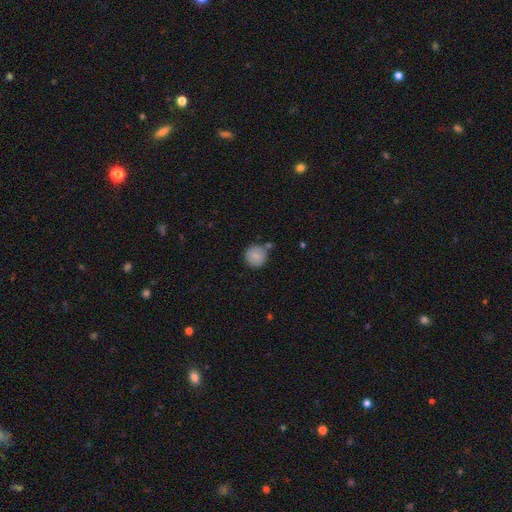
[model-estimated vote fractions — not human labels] Q: Smooth or featured?
A: smooth (84%); runner-up: featured or disk (9%)
Q: How rounded?
A: round (93%); runner-up: in between (6%)
Q: Merging?
A: none (74%); runner-up: minor disturbance (13%)